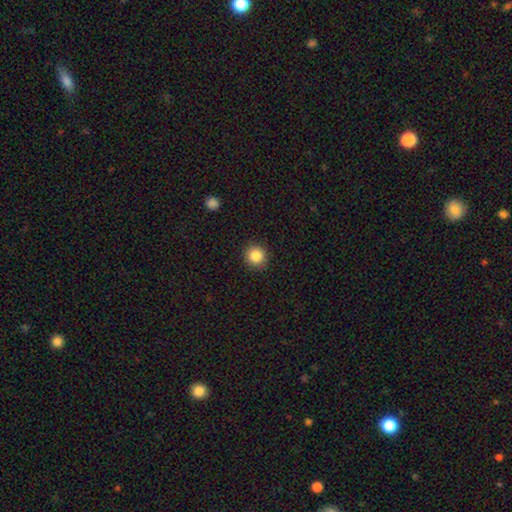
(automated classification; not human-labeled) The model was most divided on "smooth or featured": smooth: 85%, star or artifact: 10%, featured or disk: 4%. More confident: how rounded — round (92%); merging — none (91%).